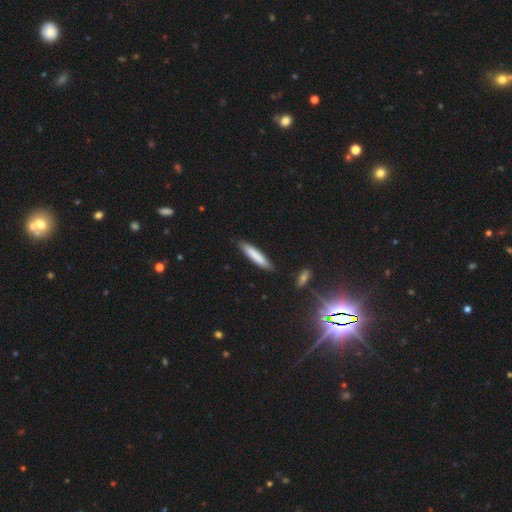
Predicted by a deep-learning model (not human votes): Morphology: type=smooth (80%); roundness=cigar-shaped (88%); merging=none (86%).